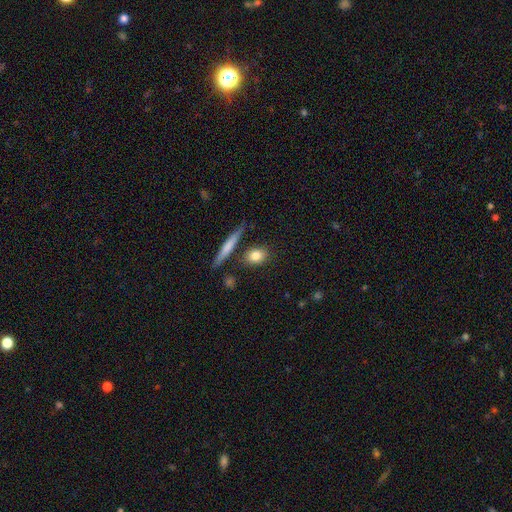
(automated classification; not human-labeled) smooth_or_featured: smooth (p=0.81) [alt: featured or disk p=0.12]
how_rounded: in between (p=0.51) [alt: round p=0.34]
merging: none (p=0.78) [alt: minor disturbance p=0.12]